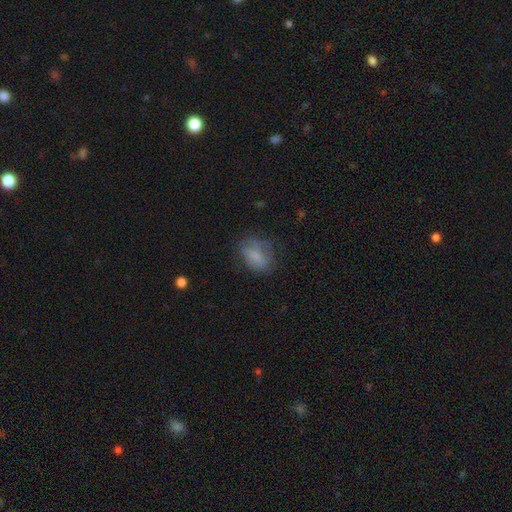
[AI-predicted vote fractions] Smooth or featured? smooth (58%)
How rounded? in between (74%)
Merging? none (57%)